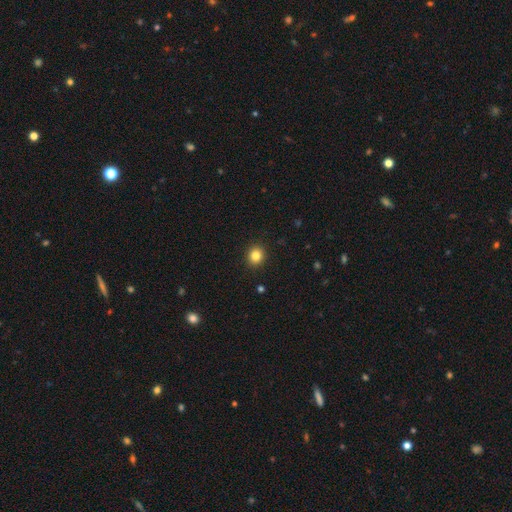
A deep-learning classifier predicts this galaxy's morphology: The model was most divided on "how rounded": round: 82%, in between: 17%, cigar-shaped: 1%. More confident: merging — none (92%); smooth or featured — smooth (84%).